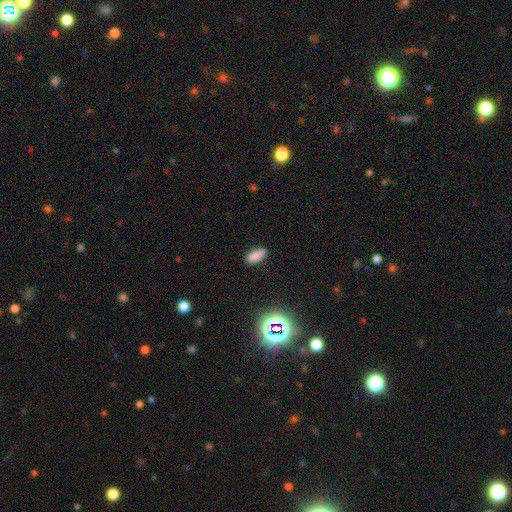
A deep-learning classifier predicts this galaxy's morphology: Smooth or featured? Predicted: smooth (p=0.82). How rounded? Predicted: in between (p=0.82). Merging? Predicted: none (p=0.84).